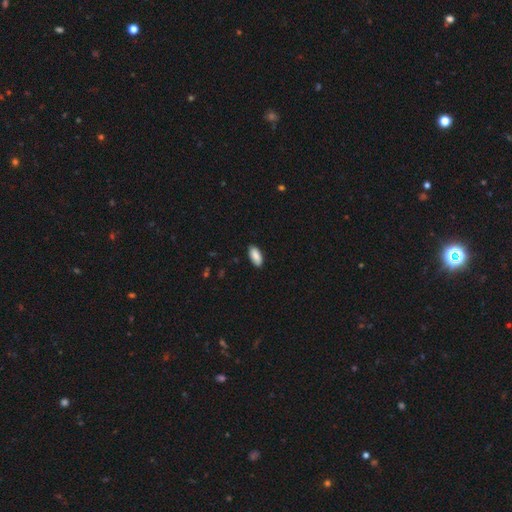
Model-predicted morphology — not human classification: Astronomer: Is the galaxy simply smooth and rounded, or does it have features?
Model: smooth — 88%.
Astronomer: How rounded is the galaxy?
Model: in between — 91%.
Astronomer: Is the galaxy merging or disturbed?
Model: none — 87%.